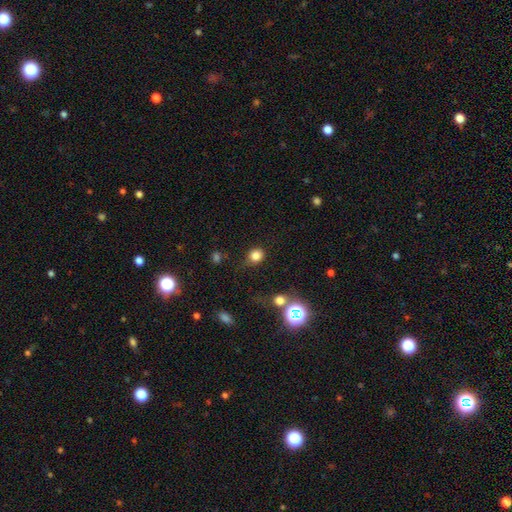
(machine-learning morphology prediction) type=smooth (80%); roundness=round (79%); merging=none (68%).